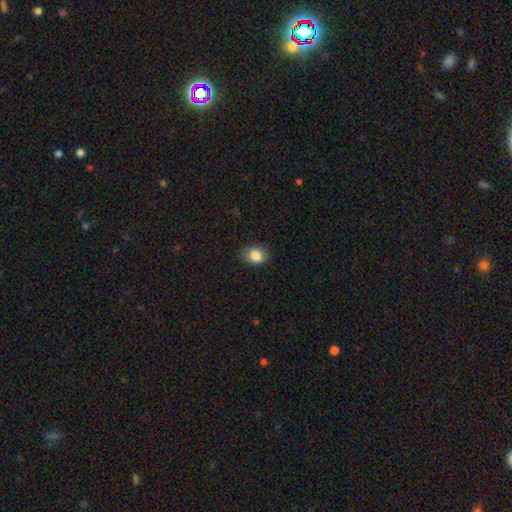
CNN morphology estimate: Smooth or featured? smooth (85%)
How rounded? in between (52%)
Merging? none (77%)